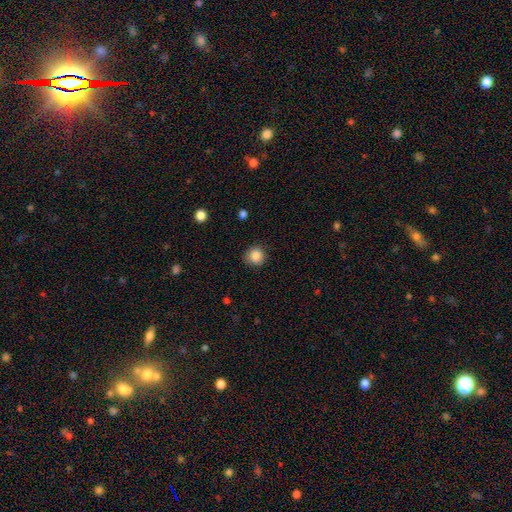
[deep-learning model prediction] This is clearly a smooth galaxy (86%). How rounded: clearly round (91%). Merging: clearly none (83%).